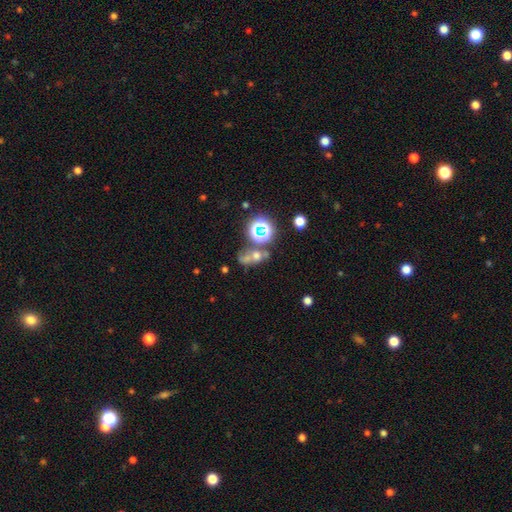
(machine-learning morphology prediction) Smooth or featured? Predicted: star or artifact (p=0.39).